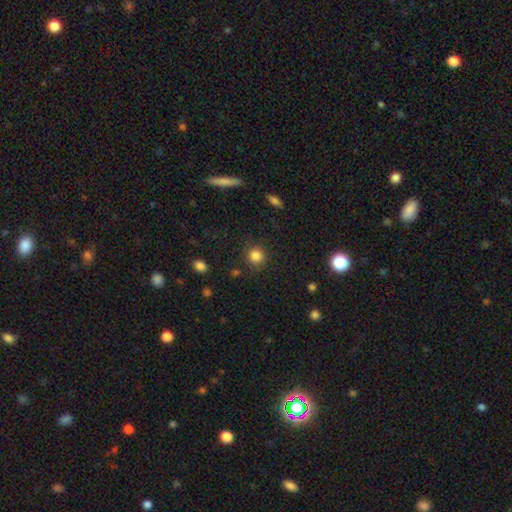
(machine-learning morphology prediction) This appears to be a smooth galaxy with no disk features (83%) that is round (89%). Merging: none (86%).